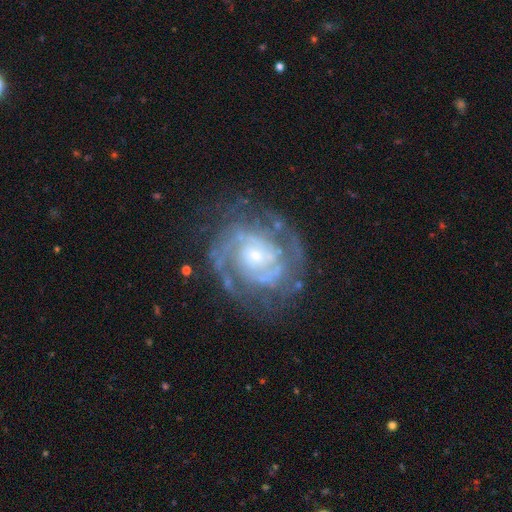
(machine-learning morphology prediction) This is clearly a featured or disk galaxy (87%). It is clearly not viewed edge-on (98%). Bar: likely no (67%). Spiral arm pattern: clearly yes (94%). Spiral arm count: marginally 2 (41%). Spiral winding: likely tight (63%). Central bulge: likely small (65%). Merging: likely none (72%).